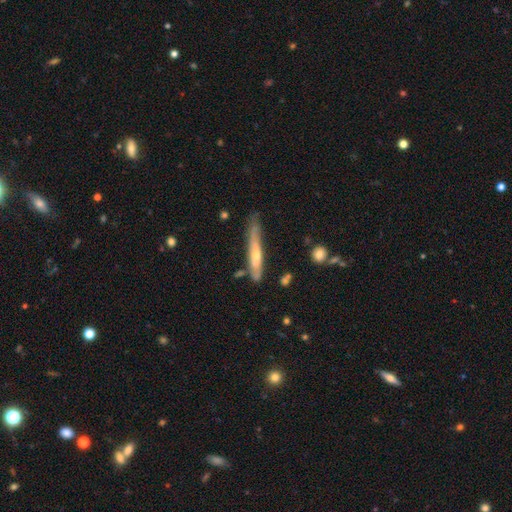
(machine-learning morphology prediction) type=featured or disk (52%); edge-on=yes (82%); merging=none (56%).